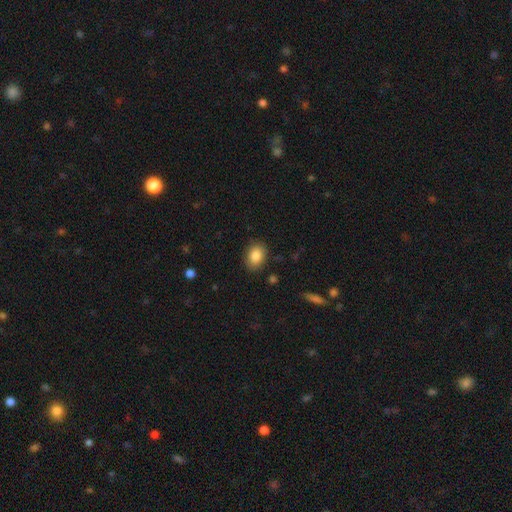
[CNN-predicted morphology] Overall: smooth (85%). How rounded: in between (69%; round 30%). Merging: none (84%).